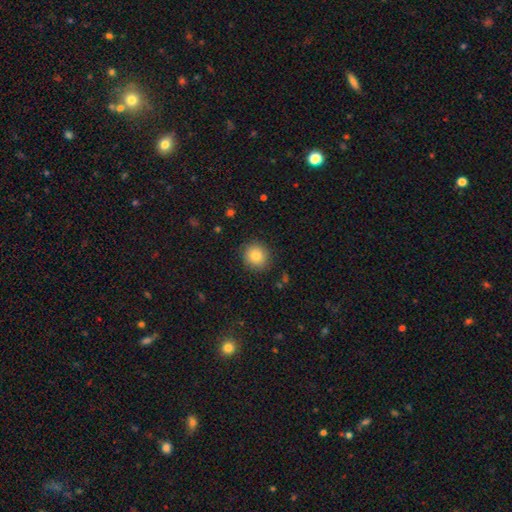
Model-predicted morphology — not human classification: This is clearly a smooth galaxy (84%). How rounded: clearly round (88%). Merging: clearly none (87%).